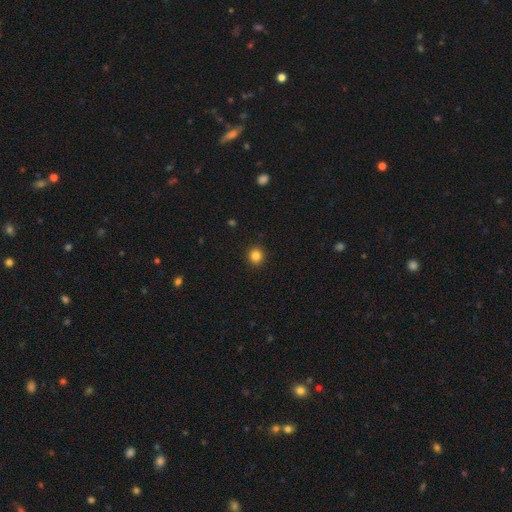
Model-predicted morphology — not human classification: The model was most divided on "smooth or featured": smooth: 85%, star or artifact: 11%, featured or disk: 4%. More confident: merging — none (92%); how rounded — round (90%).